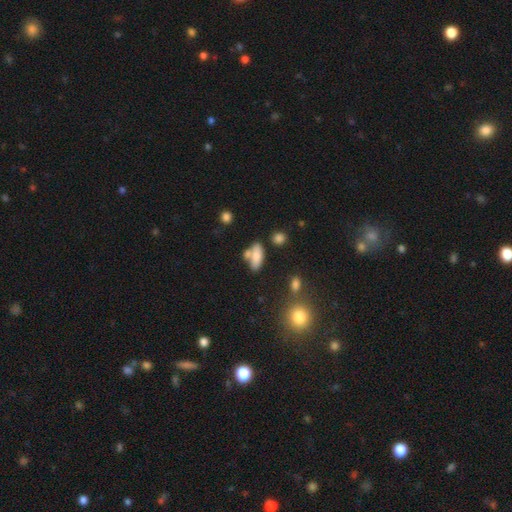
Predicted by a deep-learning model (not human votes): Smooth or featured?
  - smooth: 77% *
  - featured or disk: 14%
  - star or artifact: 9%
How rounded?
  - in between: 78% *
  - cigar-shaped: 18%
  - round: 4%
Merging?
  - none: 50% *
  - merger: 28%
  - minor disturbance: 16%
  - major disturbance: 6%